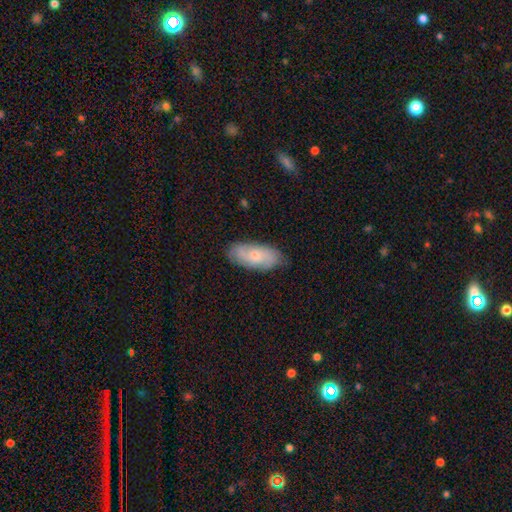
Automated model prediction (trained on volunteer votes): This appears to be a smooth galaxy with no disk features (53%) that is in between round and cigar-shaped (86%). Merging: none (78%).